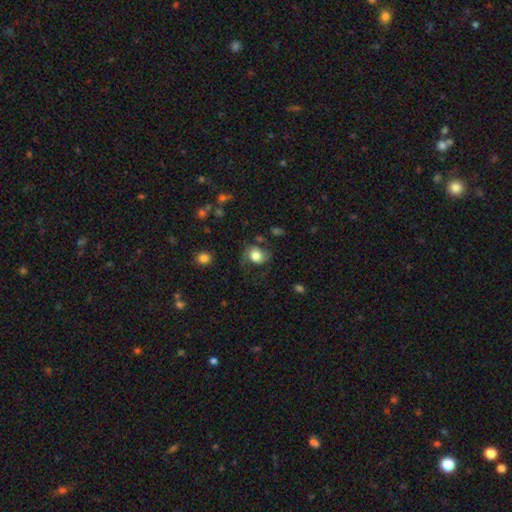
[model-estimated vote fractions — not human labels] Smooth or featured? smooth (64%)
How rounded? round (59%)
Merging? none (56%)